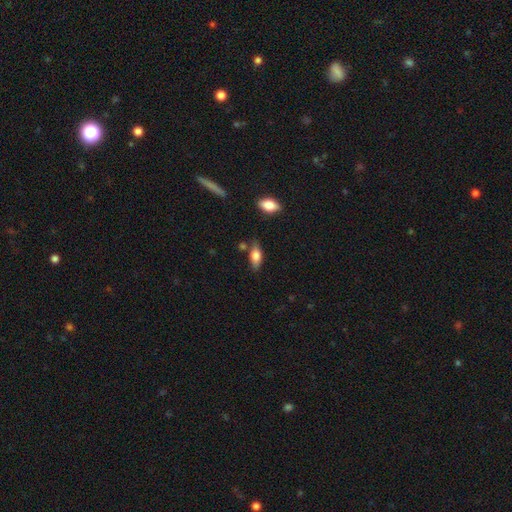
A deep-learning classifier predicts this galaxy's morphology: type=smooth (69%); roundness=in between (77%); merging=none (71%).